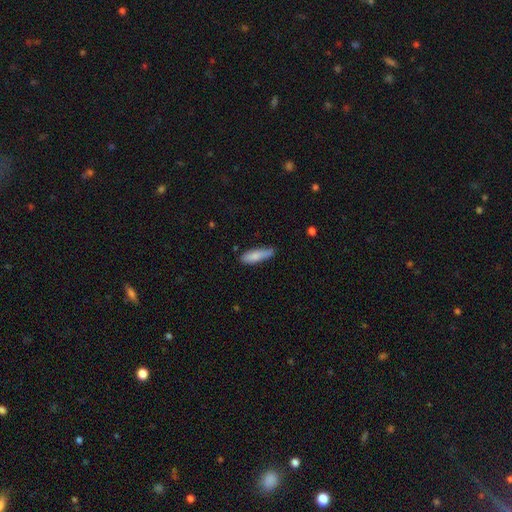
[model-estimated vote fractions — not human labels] Smooth or featured: smooth — 82% (featured or disk — 12%)
How rounded: cigar-shaped — 64% (in between — 34%)
Merging: none — 71% (minor disturbance — 23%)